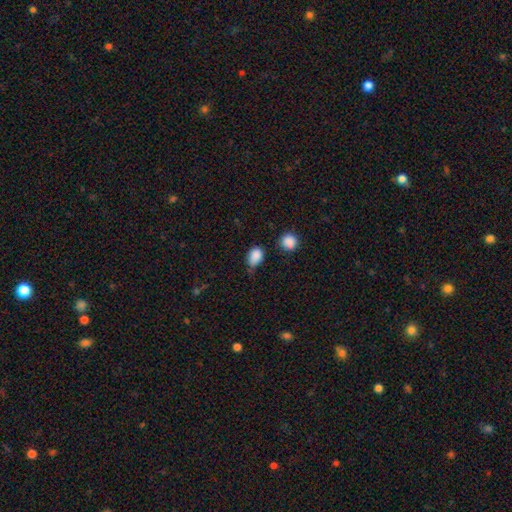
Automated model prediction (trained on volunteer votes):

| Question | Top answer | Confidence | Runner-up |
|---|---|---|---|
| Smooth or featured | smooth | 86% | star or artifact (10%) |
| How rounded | in between | 71% | round (27%) |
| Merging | none | 55% | minor disturbance (34%) |